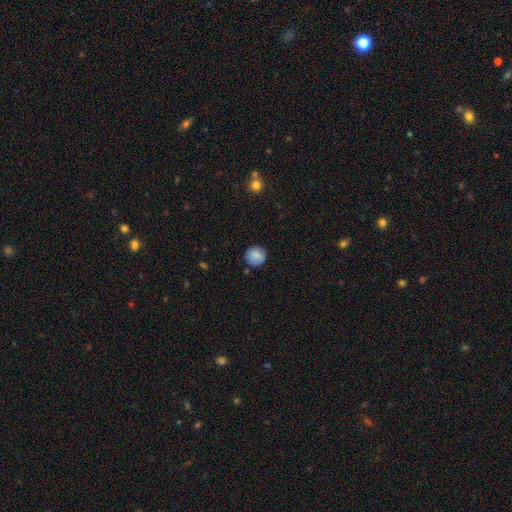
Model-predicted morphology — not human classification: Q: Smooth or featured?
A: smooth (86%); runner-up: star or artifact (8%)
Q: How rounded?
A: round (93%); runner-up: in between (6%)
Q: Merging?
A: none (87%); runner-up: minor disturbance (10%)